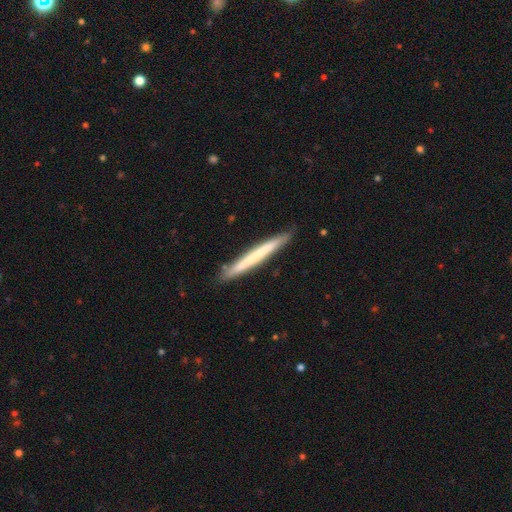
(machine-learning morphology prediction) The model was most divided on "smooth or featured": smooth: 48%, featured or disk: 44%, star or artifact: 8%. More confident: merging — none (88%).